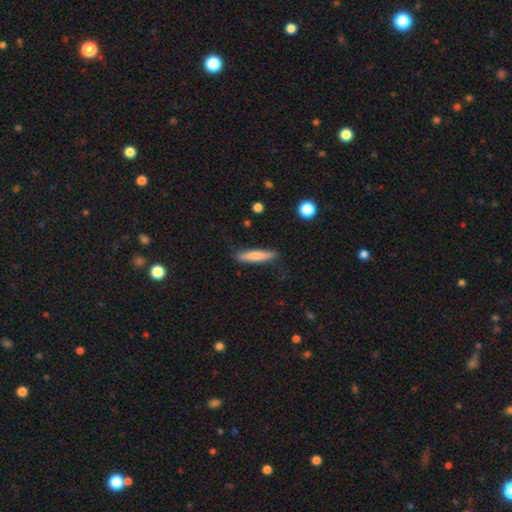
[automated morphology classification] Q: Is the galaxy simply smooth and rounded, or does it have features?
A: smooth — 78%.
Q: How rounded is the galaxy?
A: cigar-shaped — 84%.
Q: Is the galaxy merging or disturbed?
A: none — 84%.